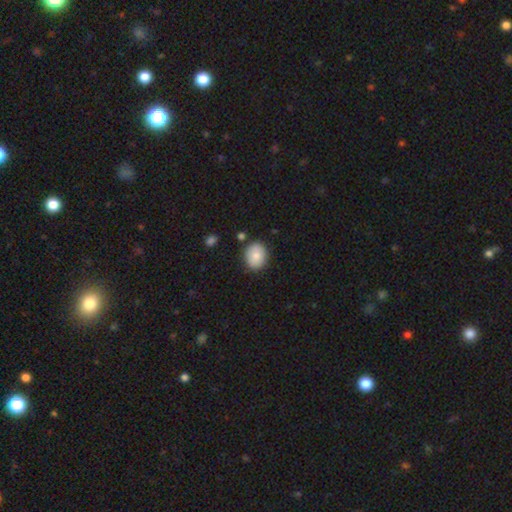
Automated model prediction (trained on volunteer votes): smooth 84%, featured or disk 9%, star or artifact 7%. Down the decision tree: how rounded — round (50%); merging — none (84%).